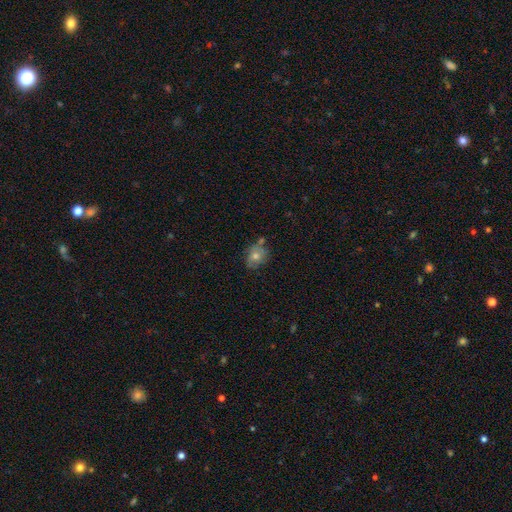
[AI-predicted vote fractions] Q: Smooth or featured?
A: smooth (63%); runner-up: featured or disk (25%)
Q: How rounded?
A: round (61%); runner-up: in between (38%)
Q: Merging?
A: none (63%); runner-up: minor disturbance (21%)